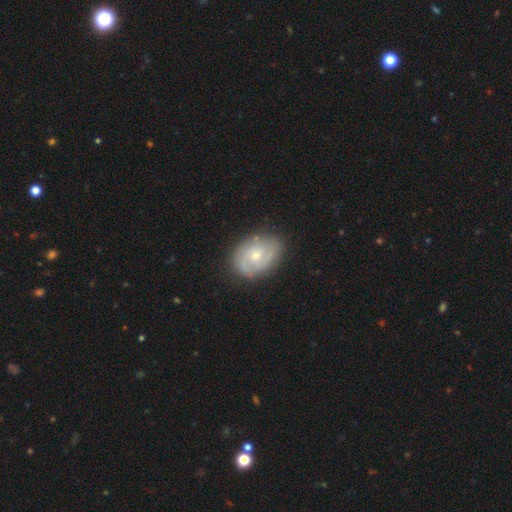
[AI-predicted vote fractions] Smooth or featured? Predicted: featured or disk (p=0.82). Edge-on disk? Predicted: no (p=0.97). Bar? Predicted: no (p=0.65). Spiral arms? Predicted: yes (p=0.95). Spiral winding? Predicted: tight (p=0.54). Spiral arm count? Predicted: 2 (p=0.61). Bulge size? Predicted: small (p=0.55). Merging? Predicted: none (p=0.80).